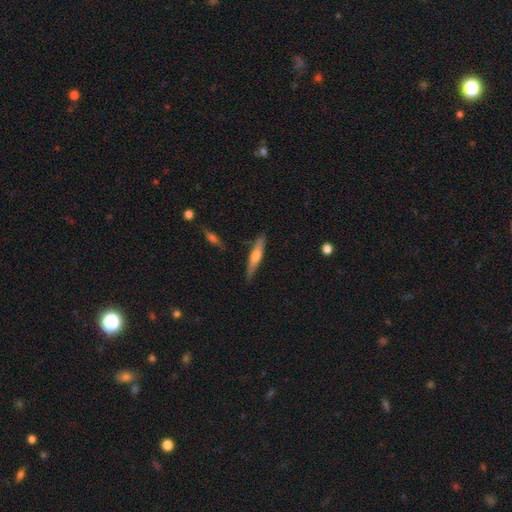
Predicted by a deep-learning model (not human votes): Smooth or featured: smooth — 51% (featured or disk — 44%)
How rounded: cigar-shaped — 87% (in between — 11%)
Merging: none — 81% (minor disturbance — 14%)